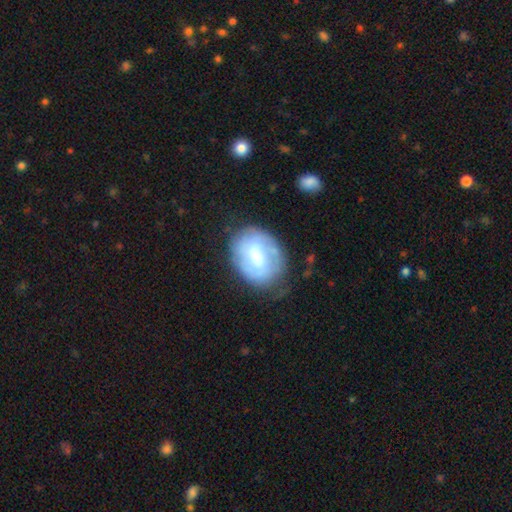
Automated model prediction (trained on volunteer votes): Smooth or featured: featured or disk — 50% (smooth — 43%)
Merging: none — 65% (minor disturbance — 24%)